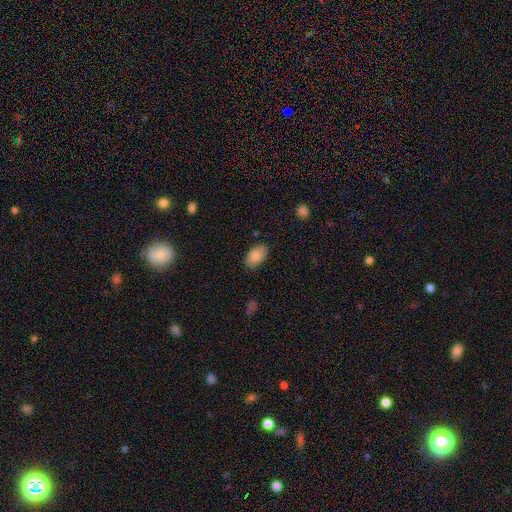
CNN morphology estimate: This is clearly a smooth galaxy (84%). How rounded: clearly in between (92%). Merging: clearly none (81%).